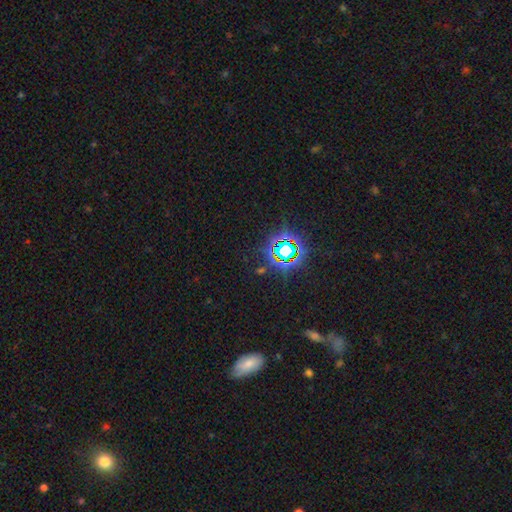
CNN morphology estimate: smooth_or_featured: star or artifact (p=0.74) [alt: smooth p=0.18]